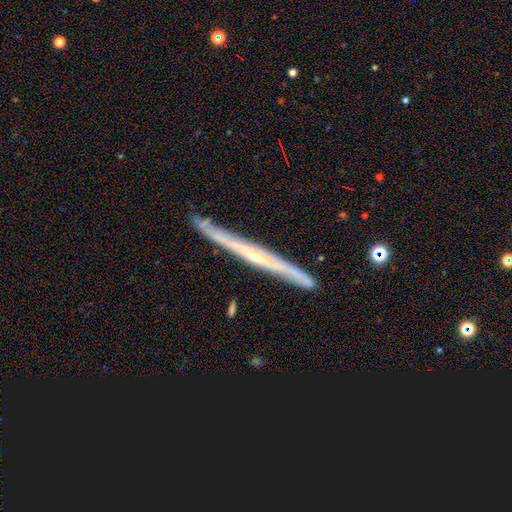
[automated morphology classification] Overall: featured or disk (74%). Edge-on disk: yes (95%). Edge-on bulge: none (50%; rounded 45%). Merging: none (87%).